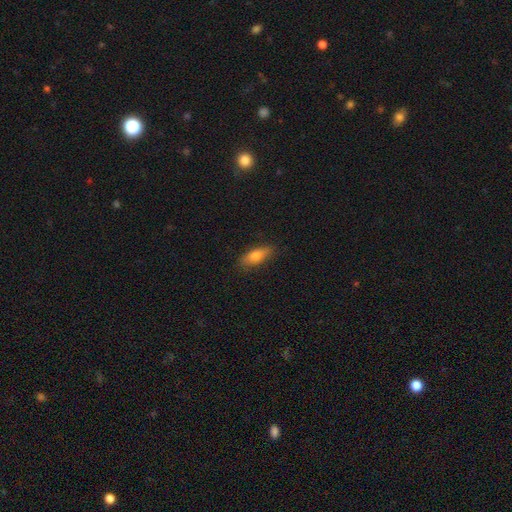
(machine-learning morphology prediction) type=smooth (77%); roundness=in between (67%); merging=none (82%).